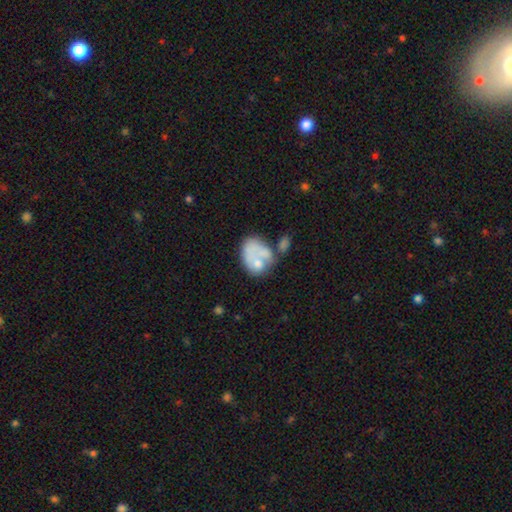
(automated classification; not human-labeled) Smooth or featured? smooth (56%)
How rounded? in between (70%)
Merging? merger (39%)